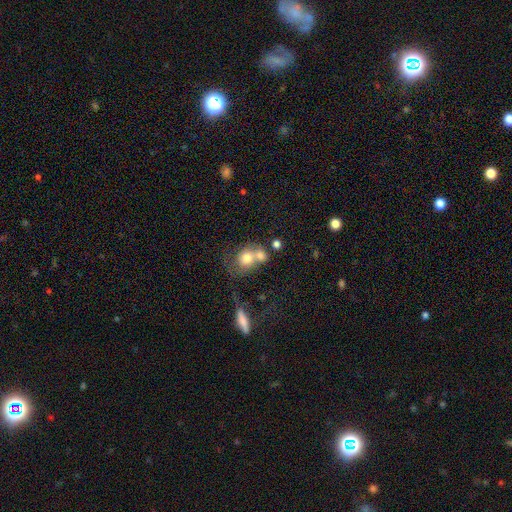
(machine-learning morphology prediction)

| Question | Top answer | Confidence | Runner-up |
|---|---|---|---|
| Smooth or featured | smooth | 69% | featured or disk (21%) |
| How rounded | round | 66% | in between (32%) |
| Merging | merger | 60% | none (25%) |